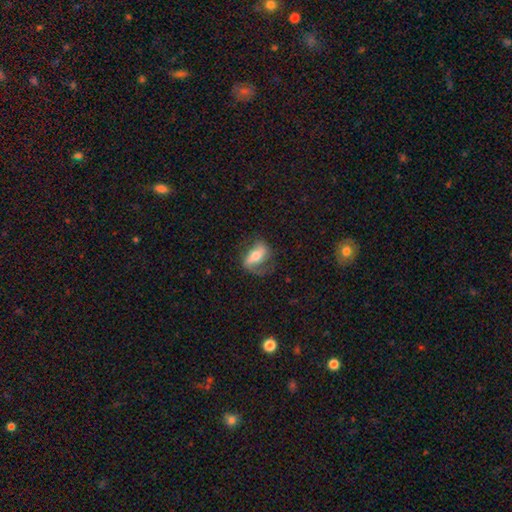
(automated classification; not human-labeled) This is possibly a featured or disk galaxy (59%). It is clearly not viewed edge-on (88%). Bar: marginally strong (44%). Spiral arm pattern: likely yes (78%). Central bulge: likely moderate (62%). Merging: possibly none (58%).